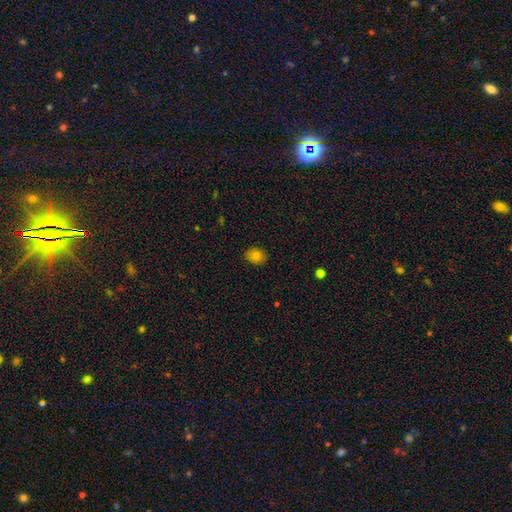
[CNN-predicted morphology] Smooth or featured? Predicted: smooth (p=0.80). How rounded? Predicted: in between (p=0.50). Merging? Predicted: none (p=0.87).